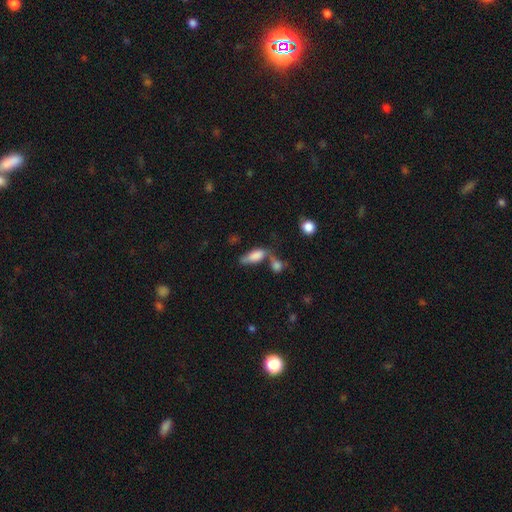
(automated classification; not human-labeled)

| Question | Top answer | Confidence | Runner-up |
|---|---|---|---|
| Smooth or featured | smooth | 77% | featured or disk (14%) |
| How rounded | in between | 77% | cigar-shaped (20%) |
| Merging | merger | 35% | tied: none (35%) |